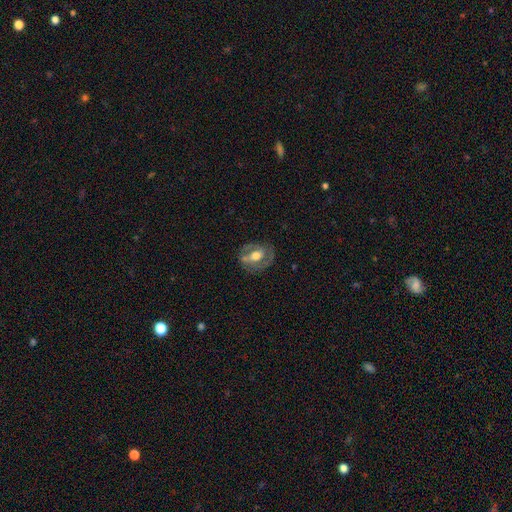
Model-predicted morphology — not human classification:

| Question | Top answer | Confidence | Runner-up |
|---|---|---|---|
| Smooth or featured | featured or disk | 62% | smooth (32%) |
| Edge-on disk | no | 94% | yes (6%) |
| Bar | no | 48% | weak (33%) |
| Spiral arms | no | 52% | yes (48%) |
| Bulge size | moderate | 63% | large (25%) |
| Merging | none | 66% | minor disturbance (21%) |